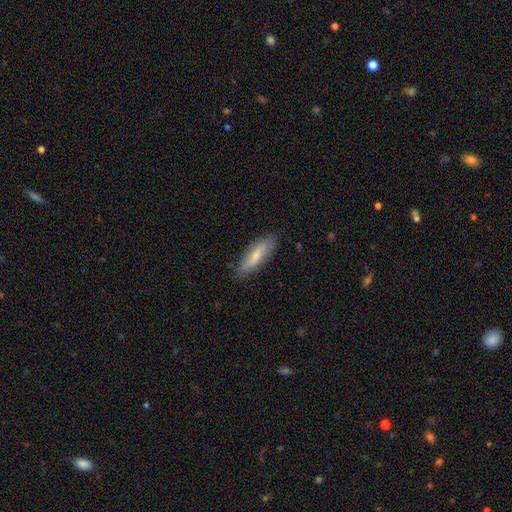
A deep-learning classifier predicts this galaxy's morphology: A smooth galaxy with no disk features (65%) that is cigar-shaped (53%).

Vote fractions:
- Smooth or featured? smooth: 65% / featured or disk: 29% / star or artifact: 6%
- How rounded? cigar-shaped: 53% / in between: 46% / round: 2%
- Merging? none: 81% / minor disturbance: 15% / major disturbance: 3% / merger: 1%